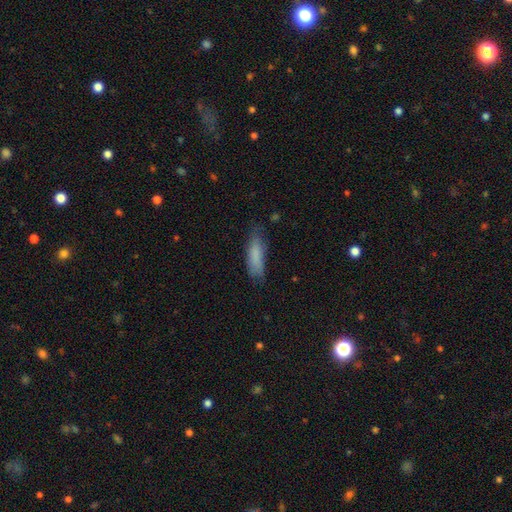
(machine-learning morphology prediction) A smooth galaxy with no disk features (80%) that is cigar-shaped (51%).

Vote fractions:
- Smooth or featured? smooth: 80% / featured or disk: 13% / star or artifact: 7%
- How rounded? cigar-shaped: 51% / in between: 47% / round: 2%
- Merging? none: 65% / minor disturbance: 25% / major disturbance: 7% / merger: 2%